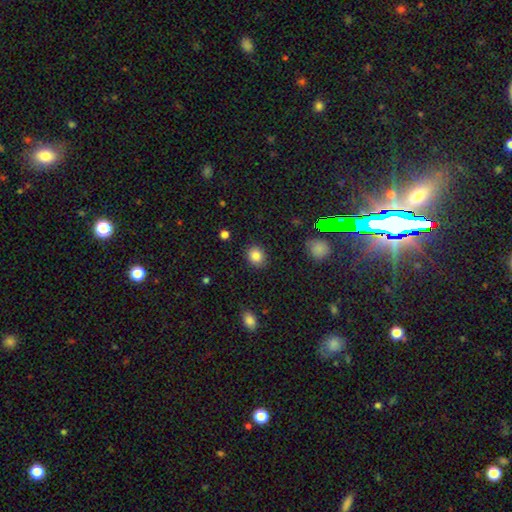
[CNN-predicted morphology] A smooth galaxy with no disk features (85%) that is round (68%). Merging: none (88%).